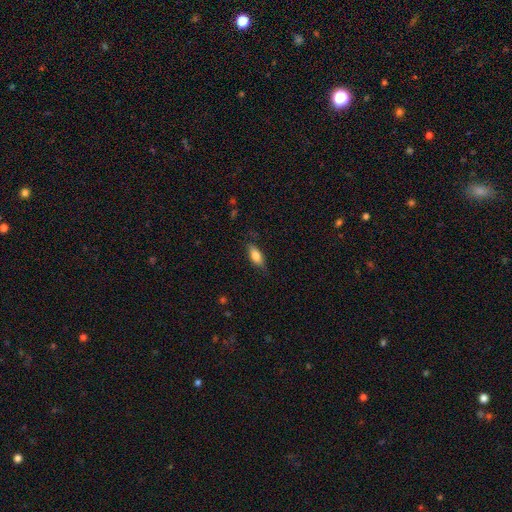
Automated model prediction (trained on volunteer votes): Smooth or featured?
  - smooth: 78% *
  - featured or disk: 15%
  - star or artifact: 7%
How rounded?
  - in between: 82% *
  - cigar-shaped: 15%
  - round: 3%
Merging?
  - none: 80% *
  - minor disturbance: 16%
  - major disturbance: 3%
  - merger: 1%